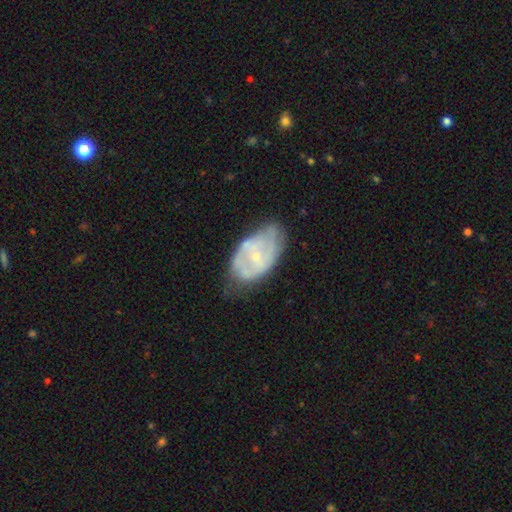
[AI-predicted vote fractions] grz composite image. It shows a featured or disk galaxy (63%) with no bar (60%), spiral arms (57%) and a small central bulge (71%). Merging: none (45%).